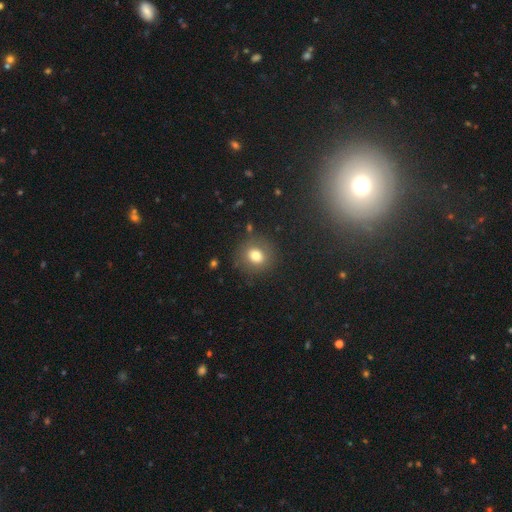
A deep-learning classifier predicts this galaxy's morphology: The model was most divided on "how rounded": round: 79%, in between: 20%, cigar-shaped: 1%. More confident: merging — none (83%); smooth or featured — smooth (77%).